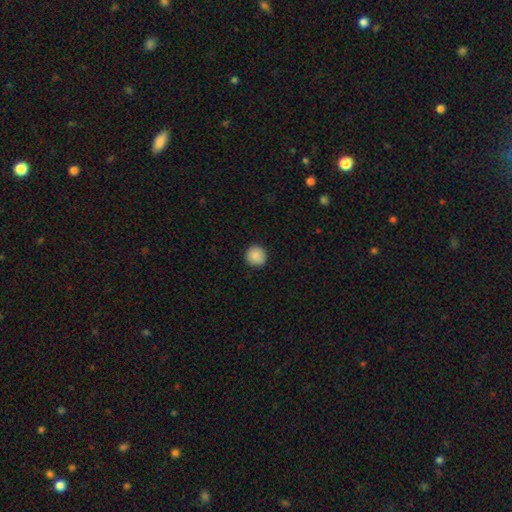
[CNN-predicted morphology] smooth-or-featured: smooth: 88% | star or artifact: 8% | featured or disk: 4%
  how-rounded: round: 94% | in between: 5% | cigar-shaped: 1%
  merging: none: 92% | minor disturbance: 6% | major disturbance: 2% | merger: 1%